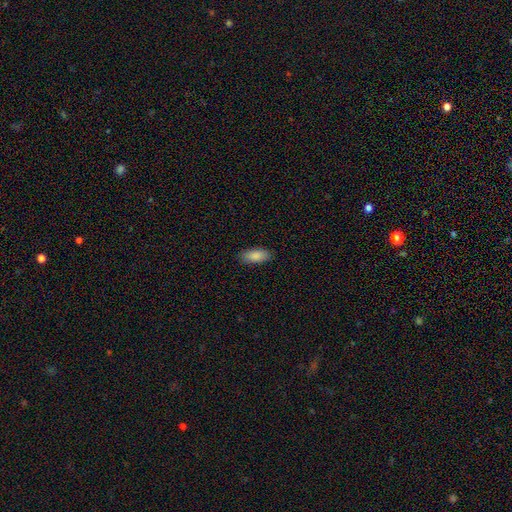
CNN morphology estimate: type=smooth (88%); roundness=in between (85%); merging=none (86%).